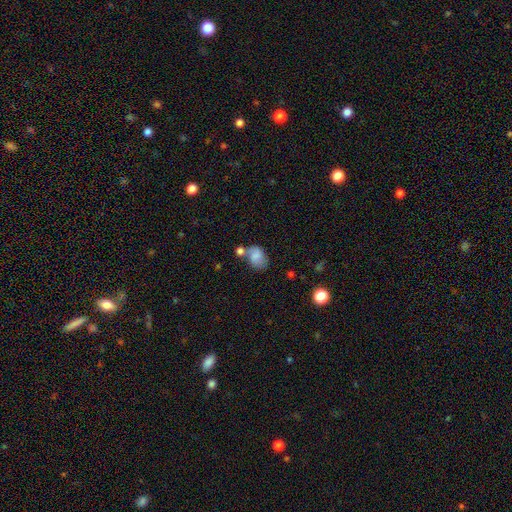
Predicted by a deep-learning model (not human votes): Morphology: type=smooth (69%); roundness=in between (77%); merging=none (43%).